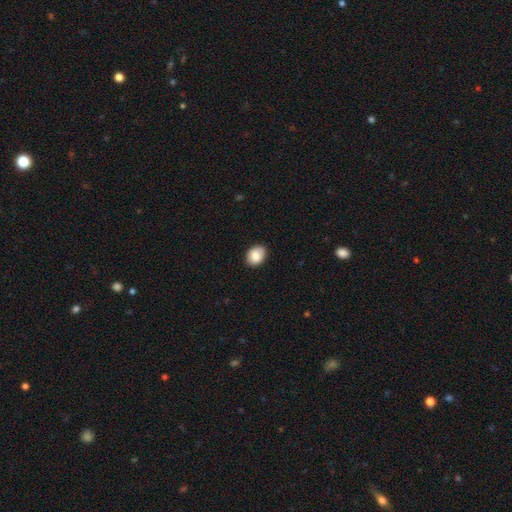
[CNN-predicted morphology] Smooth or featured?
  - smooth: 85% *
  - featured or disk: 8%
  - star or artifact: 8%
How rounded?
  - in between: 61% *
  - round: 38%
  - cigar-shaped: 1%
Merging?
  - none: 86% *
  - minor disturbance: 11%
  - major disturbance: 2%
  - merger: 1%